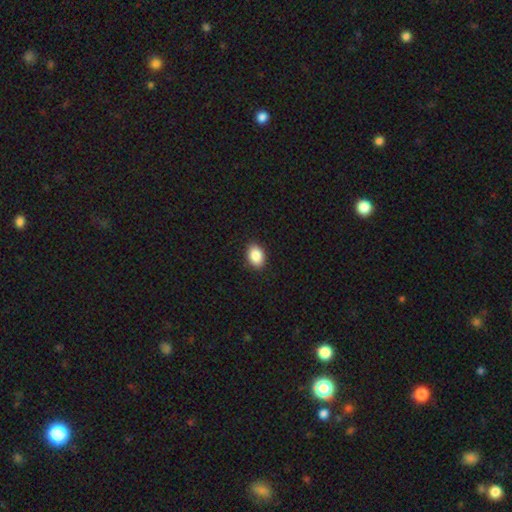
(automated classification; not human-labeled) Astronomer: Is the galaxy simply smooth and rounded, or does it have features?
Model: smooth — 88%.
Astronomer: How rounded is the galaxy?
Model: in between — 79%.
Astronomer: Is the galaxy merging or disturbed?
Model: none — 90%.